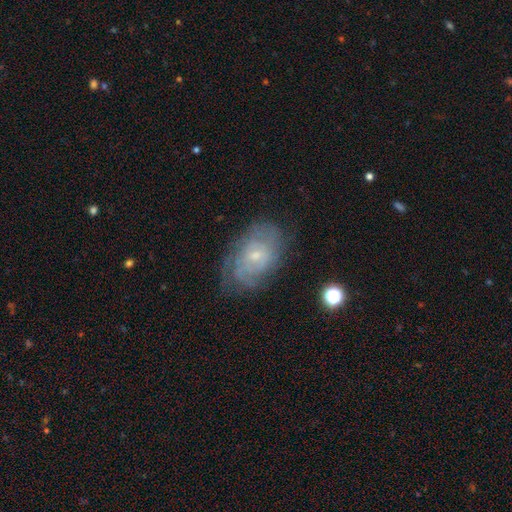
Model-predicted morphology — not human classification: This is likely a featured or disk galaxy (74%). It is clearly not viewed edge-on (96%). Bar: possibly no (56%). Spiral arm pattern: clearly yes (89%). Spiral arm count: possibly can't tell (53%). Spiral winding: likely tight (65%). Central bulge: likely small (69%). Merging: likely none (70%).